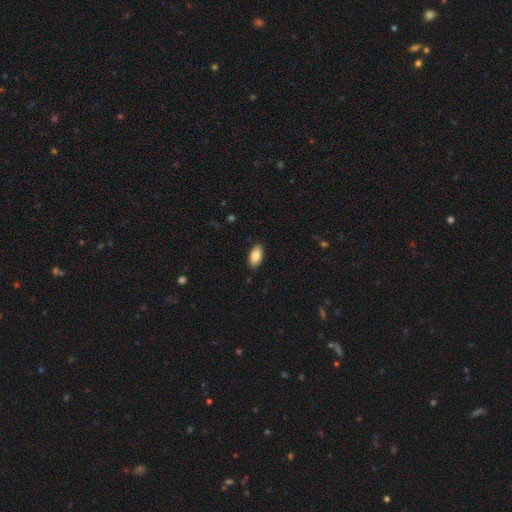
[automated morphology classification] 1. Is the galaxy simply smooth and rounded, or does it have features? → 87% smooth, 7% featured or disk, 7% star or artifact.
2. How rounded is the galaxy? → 93% in between, 4% cigar-shaped, 3% round.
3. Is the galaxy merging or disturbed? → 89% none, 9% minor disturbance, 2% major disturbance, 1% merger.